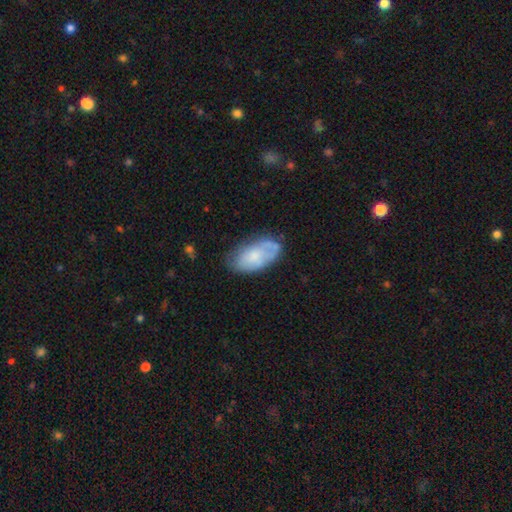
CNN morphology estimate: smooth 58%, featured or disk 35%, star or artifact 7%. Down the decision tree: how rounded — in between (94%); merging — none (57%).